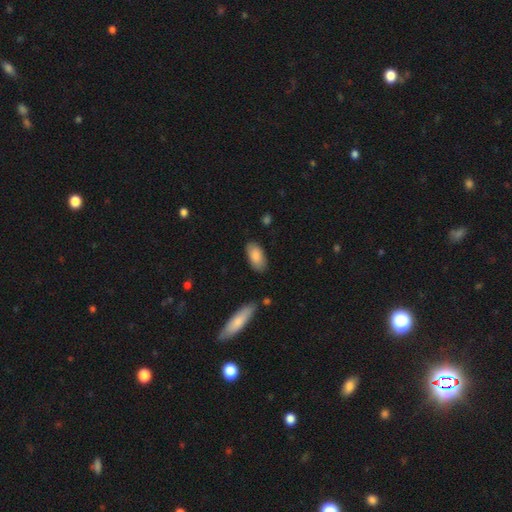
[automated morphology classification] A smooth galaxy with no disk features (86%) that is in between round and cigar-shaped (92%).

Vote fractions:
- Smooth or featured? smooth: 86% / featured or disk: 9% / star or artifact: 6%
- How rounded? in between: 92% / cigar-shaped: 6% / round: 2%
- Merging? none: 81% / minor disturbance: 14% / major disturbance: 3% / merger: 2%